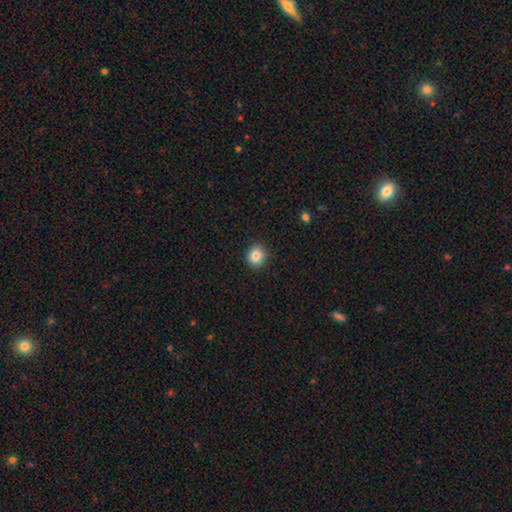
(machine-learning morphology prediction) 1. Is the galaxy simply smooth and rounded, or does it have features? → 86% smooth, 10% star or artifact, 4% featured or disk.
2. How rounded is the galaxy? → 80% round, 19% in between, 1% cigar-shaped.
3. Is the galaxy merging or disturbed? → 89% none, 8% minor disturbance, 2% major disturbance, 1% merger.